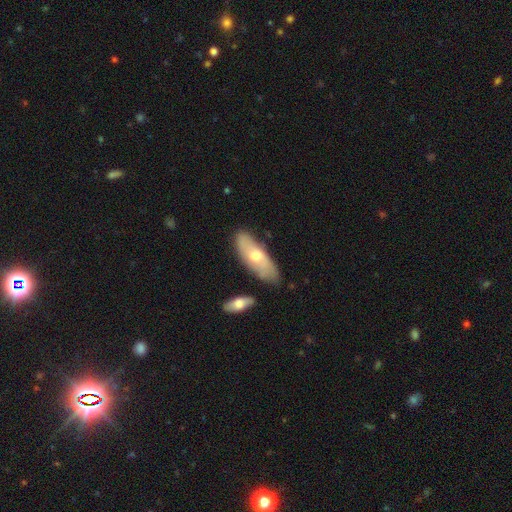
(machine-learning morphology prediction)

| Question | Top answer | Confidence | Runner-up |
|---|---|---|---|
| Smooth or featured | smooth | 51% | featured or disk (43%) |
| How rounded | in between | 70% | cigar-shaped (27%) |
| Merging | none | 74% | minor disturbance (17%) |